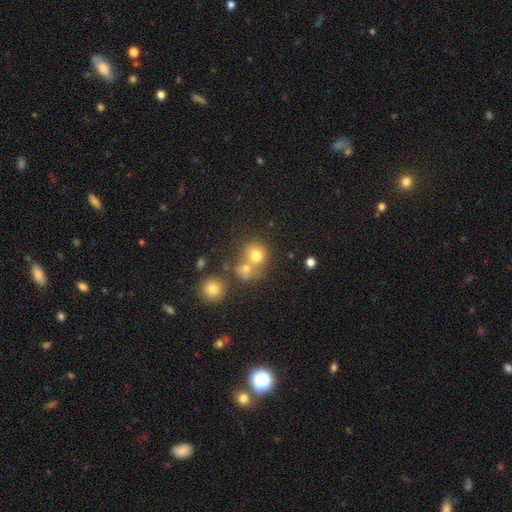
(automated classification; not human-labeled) The model was most divided on "merging": none: 45%, merger: 43%, minor disturbance: 8%, major disturbance: 4%. More confident: how rounded — round (81%); smooth or featured — smooth (73%).